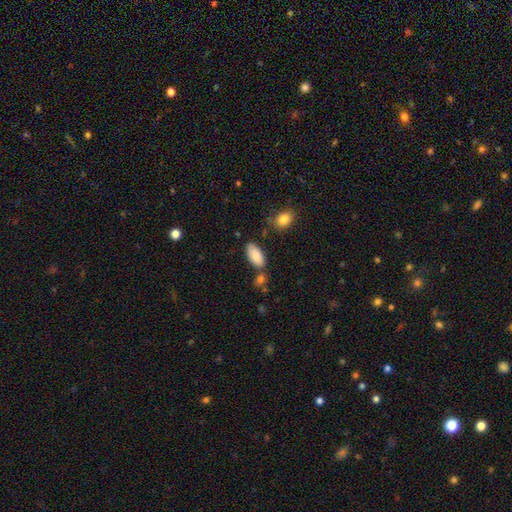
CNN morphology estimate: This appears to be a smooth galaxy with no disk features (86%) that is in between round and cigar-shaped (93%). Merging: none (68%).